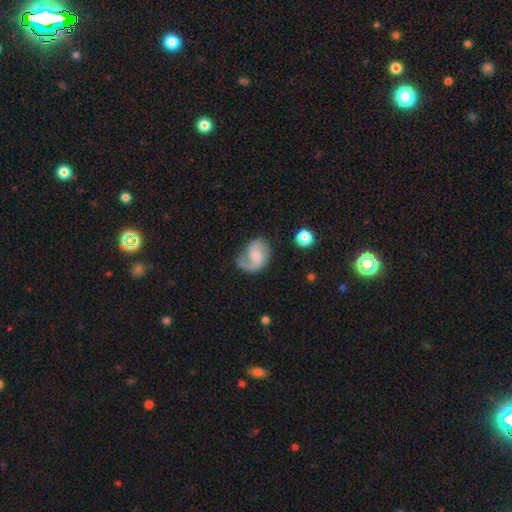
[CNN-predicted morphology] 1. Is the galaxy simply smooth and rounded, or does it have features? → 65% featured or disk, 28% smooth, 7% star or artifact.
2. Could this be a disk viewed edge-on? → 98% no, 2% yes.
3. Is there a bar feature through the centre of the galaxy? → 46% no, 45% weak, 9% strong.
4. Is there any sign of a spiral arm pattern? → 92% yes, 8% no.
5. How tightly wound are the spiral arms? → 42% medium, 41% loose, 16% tight.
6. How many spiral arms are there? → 60% 2, 32% 1, 5% can't tell, 1% 3, 1% 4, 1% more than 4.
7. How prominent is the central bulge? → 30% small (tied), 30% moderate (tied), 29% none, 9% large, 2% dominant.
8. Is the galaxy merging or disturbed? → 54% none, 25% minor disturbance, 18% major disturbance, 3% merger.